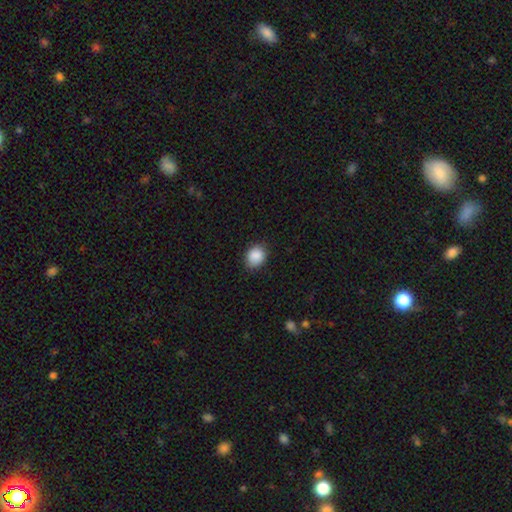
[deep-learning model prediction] Smooth or featured? smooth (88%)
How rounded? round (53%)
Merging? none (82%)